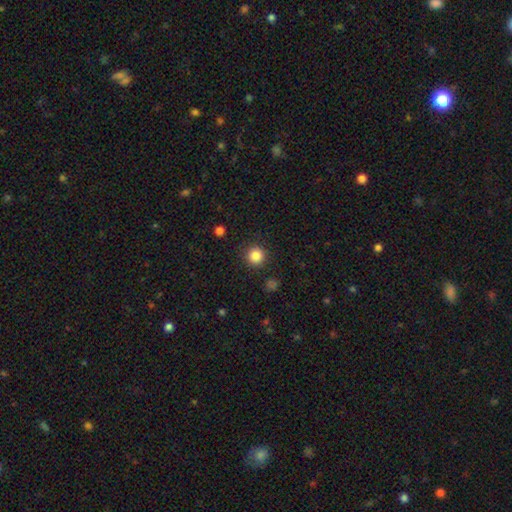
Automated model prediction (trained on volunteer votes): Smooth or featured?
  - smooth: 85% *
  - star or artifact: 11%
  - featured or disk: 4%
How rounded?
  - round: 95% *
  - in between: 4%
  - cigar-shaped: 1%
Merging?
  - none: 91% *
  - minor disturbance: 6%
  - major disturbance: 2%
  - merger: 1%